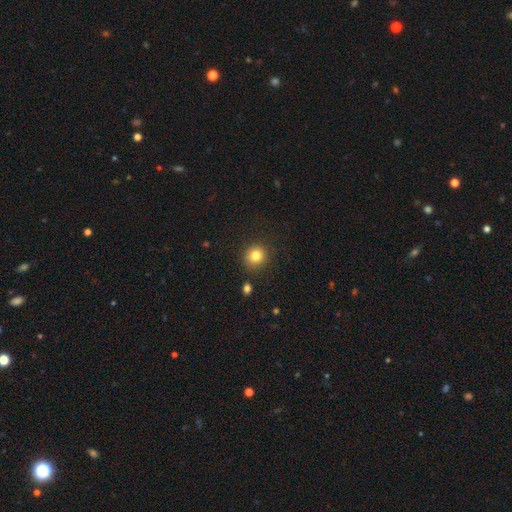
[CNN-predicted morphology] Smooth or featured: smooth — 81% (star or artifact — 12%)
How rounded: round — 89% (in between — 10%)
Merging: none — 86% (minor disturbance — 9%)